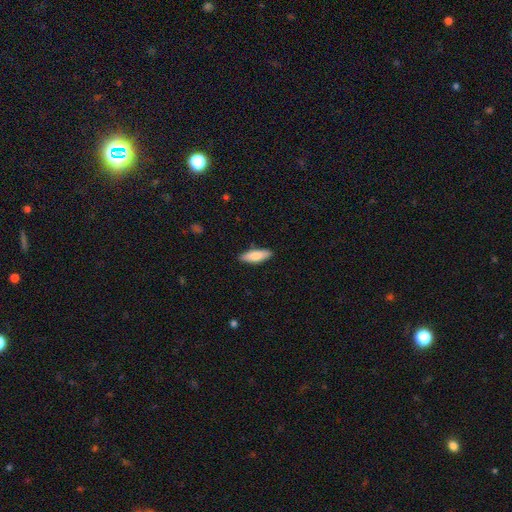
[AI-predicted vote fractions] smooth 81%, featured or disk 14%, star or artifact 5%. Down the decision tree: how rounded — in between (56%); merging — none (88%).